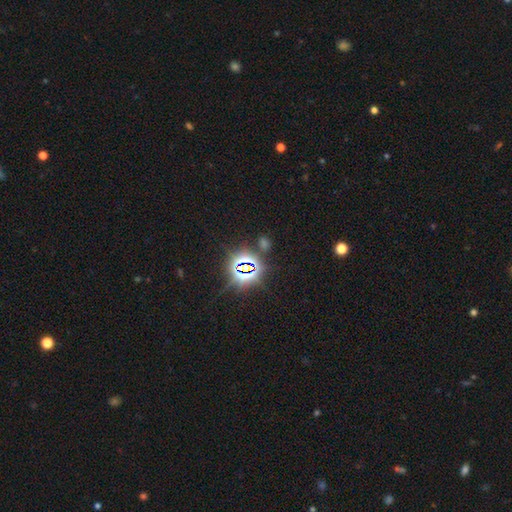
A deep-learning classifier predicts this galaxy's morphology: A star or artifact, not a galaxy (81%).